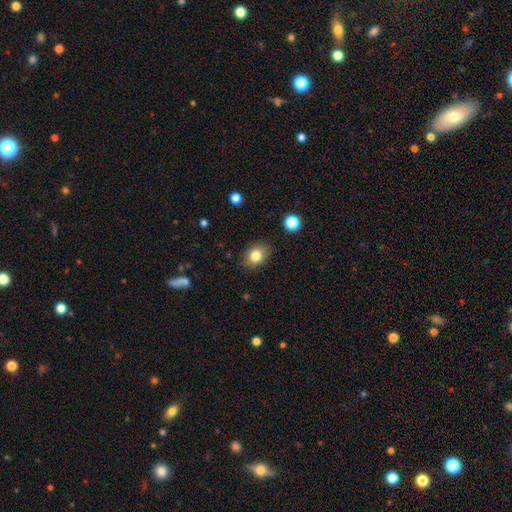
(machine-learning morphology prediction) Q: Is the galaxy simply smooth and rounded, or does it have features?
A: smooth — 82%.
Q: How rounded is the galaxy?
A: in between — 62%.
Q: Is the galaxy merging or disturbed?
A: none — 84%.